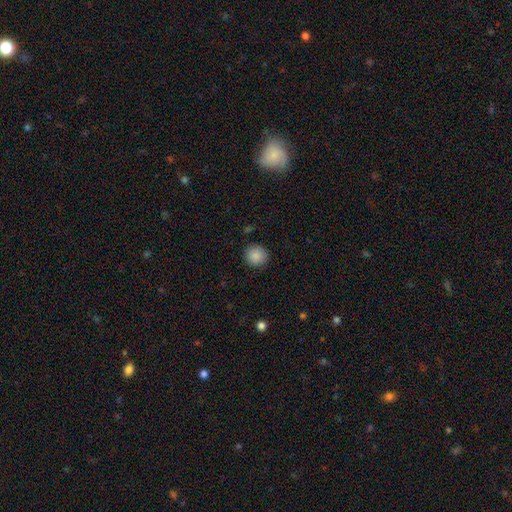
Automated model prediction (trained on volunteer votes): This appears to be a smooth galaxy with no disk features (88%) that is round (92%). Merging: none (89%).